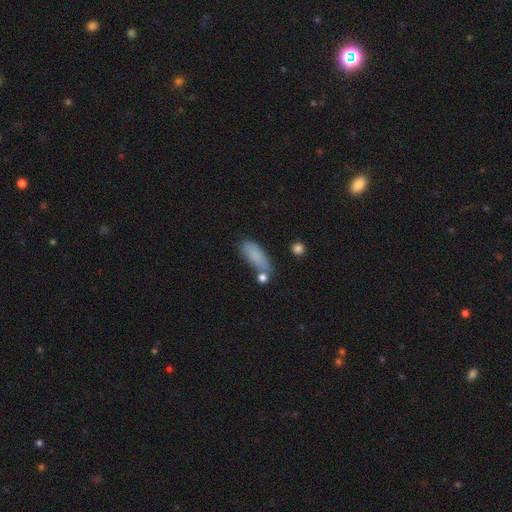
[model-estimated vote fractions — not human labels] A smooth galaxy with no disk features (83%) that is in between round and cigar-shaped (68%).

Vote fractions:
- Smooth or featured? smooth: 83% / star or artifact: 9% / featured or disk: 8%
- How rounded? in between: 68% / cigar-shaped: 28% / round: 3%
- Merging? none: 60% / minor disturbance: 21% / merger: 11% / major disturbance: 7%